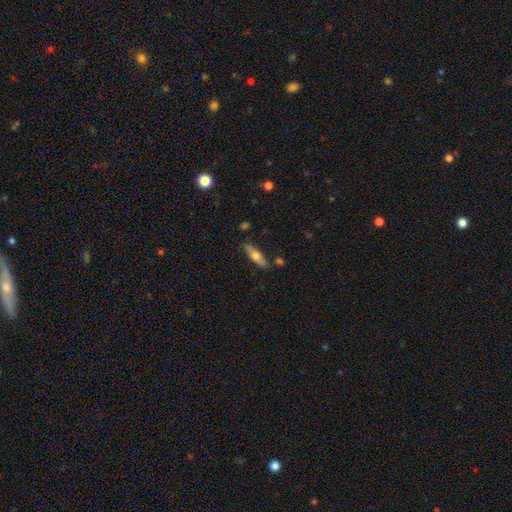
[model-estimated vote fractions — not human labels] Q: Smooth or featured?
A: smooth (51%); runner-up: featured or disk (43%)
Q: How rounded?
A: cigar-shaped (61%); runner-up: in between (37%)
Q: Merging?
A: none (83%); runner-up: minor disturbance (12%)